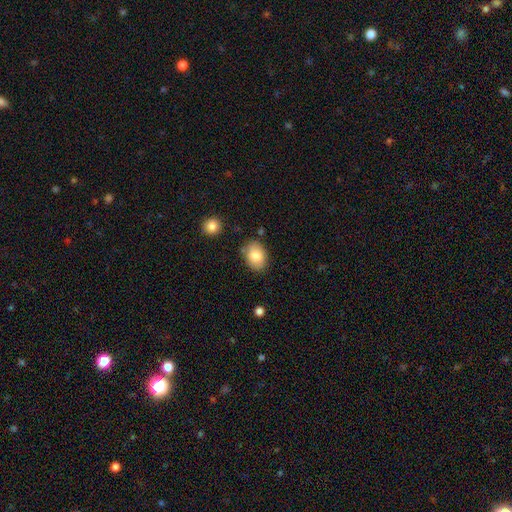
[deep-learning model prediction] Overall: smooth (82%). How rounded: in between (75%). Merging: none (76%).